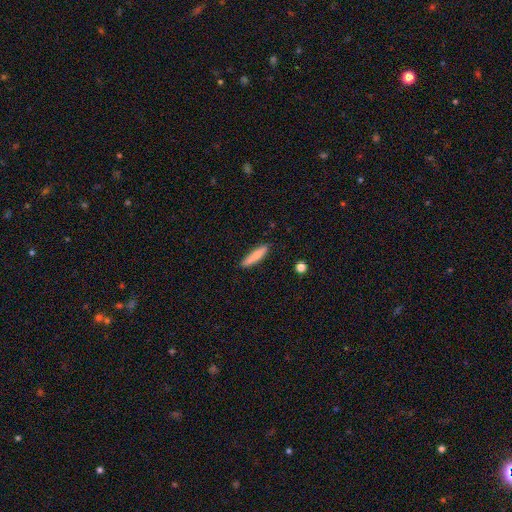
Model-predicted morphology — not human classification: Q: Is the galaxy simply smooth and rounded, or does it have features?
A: smooth — 78%.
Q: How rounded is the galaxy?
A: cigar-shaped — 84%.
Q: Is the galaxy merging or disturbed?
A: none — 86%.